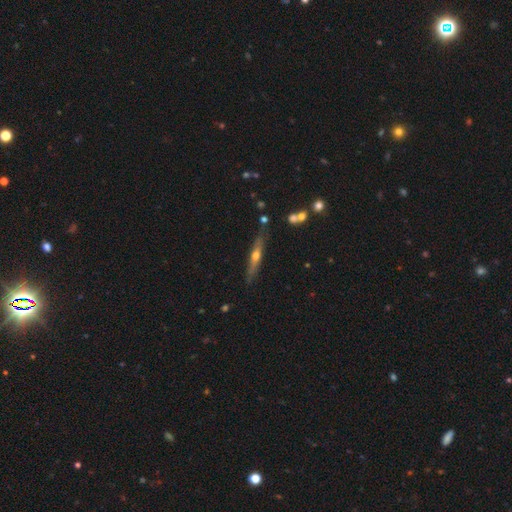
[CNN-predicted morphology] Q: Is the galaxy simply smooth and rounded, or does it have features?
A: featured or disk — 59%.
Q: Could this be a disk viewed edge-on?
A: yes — 93%.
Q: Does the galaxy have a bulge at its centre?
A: rounded — 87%.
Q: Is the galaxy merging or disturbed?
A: none — 82%.